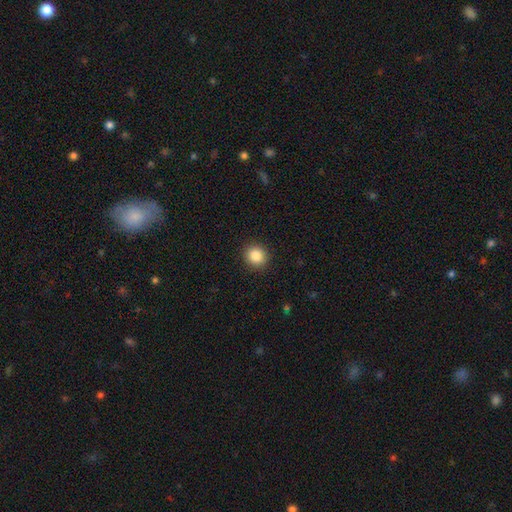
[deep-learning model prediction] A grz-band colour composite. It shows a smooth galaxy with no disk features (86%) that is round (89%). Merging: none (91%).